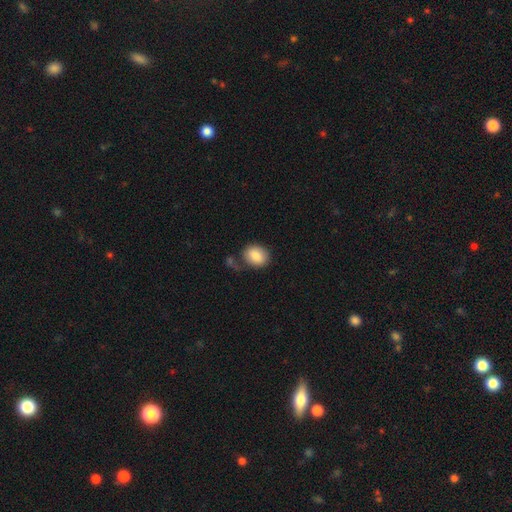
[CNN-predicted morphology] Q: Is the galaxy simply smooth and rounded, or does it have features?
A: smooth — 85%.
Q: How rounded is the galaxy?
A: in between — 54%.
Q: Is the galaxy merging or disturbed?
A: none — 62%.